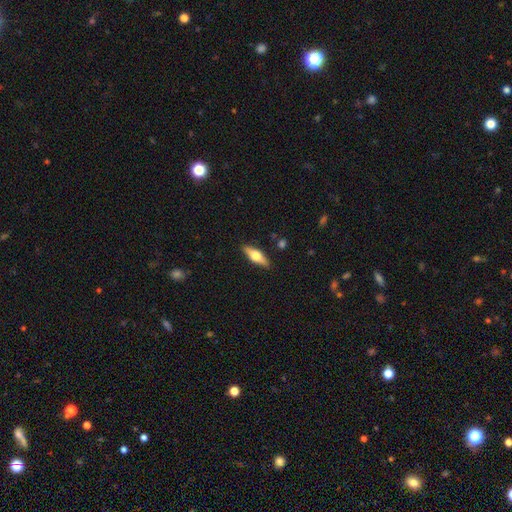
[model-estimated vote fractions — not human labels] Overall: featured or disk (47%, tied with smooth). Merging: none (88%).